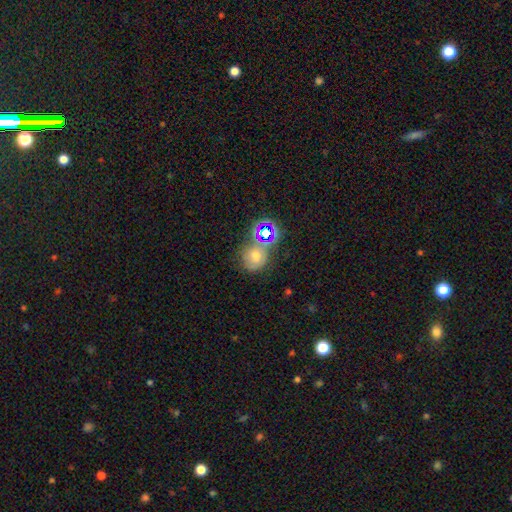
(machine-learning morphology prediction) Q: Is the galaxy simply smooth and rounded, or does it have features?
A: smooth — 45%.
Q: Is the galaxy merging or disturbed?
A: none — 50%.